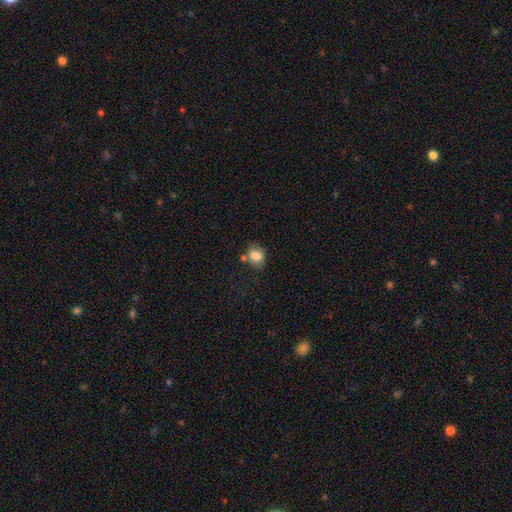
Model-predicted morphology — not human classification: type=smooth (83%); roundness=round (60%); merging=none (63%).